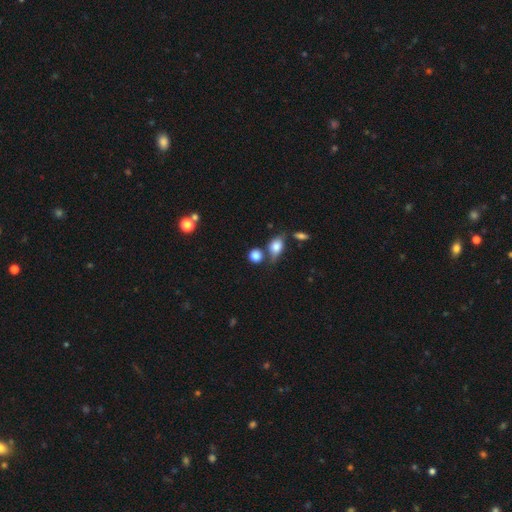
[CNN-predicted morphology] This appears to be a smooth galaxy with no disk features (82%) that is round (75%). Merging: none (60%).